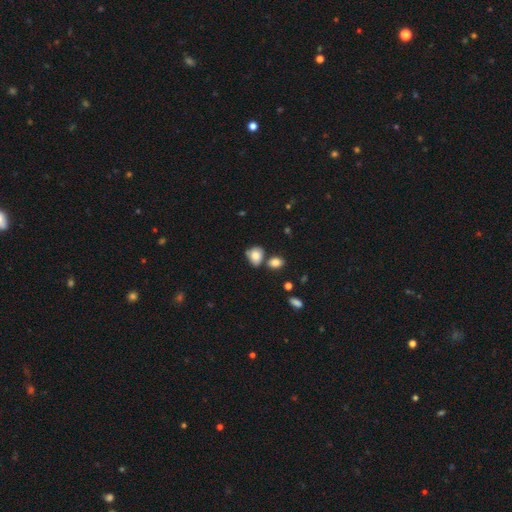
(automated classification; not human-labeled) Overall: smooth (78%). How rounded: in between (50%; round 48%). Merging: none (46%; minor disturbance 26%).